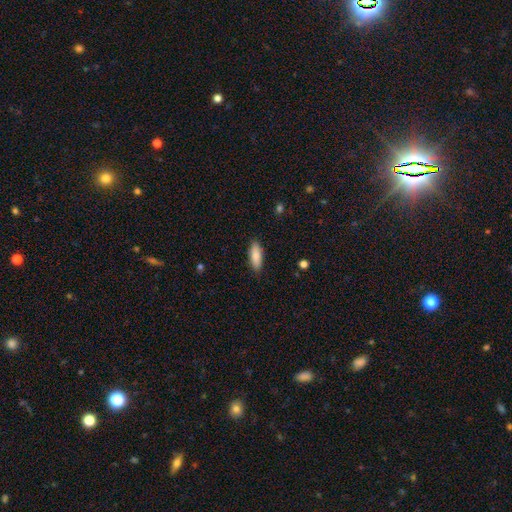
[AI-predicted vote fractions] A smooth galaxy with no disk features (86%) that is in between round and cigar-shaped (64%).

Vote fractions:
- Smooth or featured? smooth: 86% / featured or disk: 7% / star or artifact: 6%
- How rounded? in between: 64% / cigar-shaped: 34% / round: 2%
- Merging? none: 88% / minor disturbance: 9% / major disturbance: 2% / merger: 1%